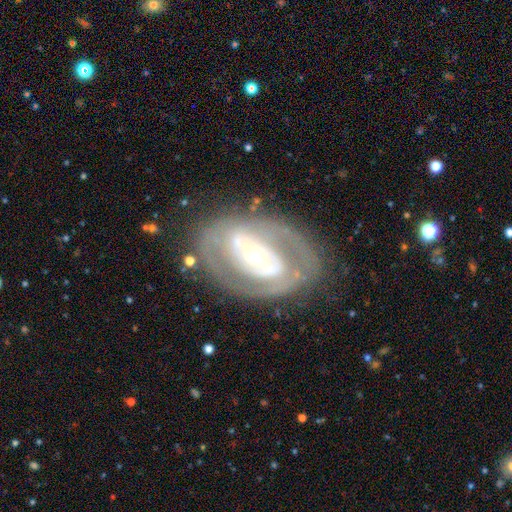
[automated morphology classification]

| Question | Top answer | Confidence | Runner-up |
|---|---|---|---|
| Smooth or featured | featured or disk | 79% | smooth (15%) |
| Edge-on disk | no | 94% | yes (6%) |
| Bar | no | 46% | strong (27%) |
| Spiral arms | yes | 60% | no (40%) |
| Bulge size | moderate | 57% | small (31%) |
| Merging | none | 73% | minor disturbance (15%) |